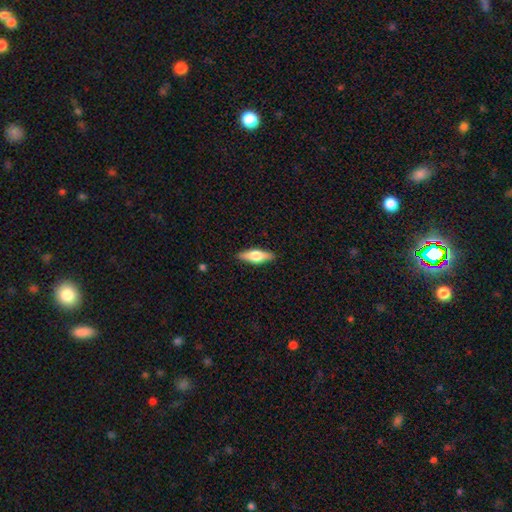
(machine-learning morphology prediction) smooth-or-featured: smooth: 55% | featured or disk: 39% | star or artifact: 6%
  how-rounded: in between: 57% | cigar-shaped: 40% | round: 3%
  merging: none: 89% | minor disturbance: 8% | major disturbance: 2% | merger: 1%